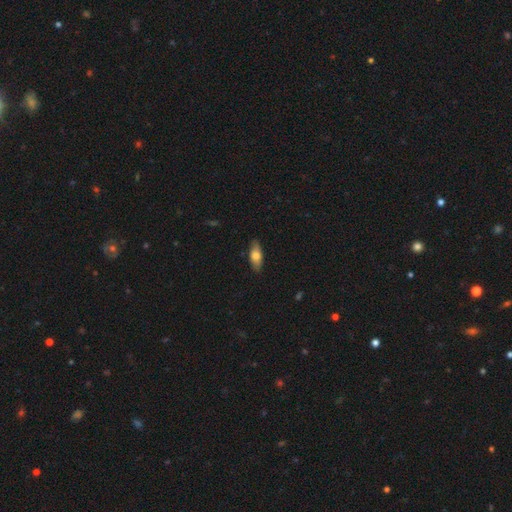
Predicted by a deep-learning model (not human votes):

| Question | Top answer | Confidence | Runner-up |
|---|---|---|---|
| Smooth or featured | smooth | 69% | featured or disk (25%) |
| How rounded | in between | 74% | cigar-shaped (23%) |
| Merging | none | 85% | minor disturbance (12%) |